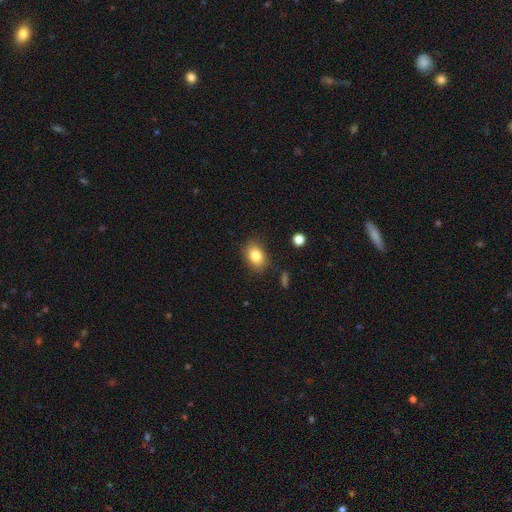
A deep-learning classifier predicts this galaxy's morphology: A smooth galaxy with no disk features (83%) that is in between round and cigar-shaped (73%).

Vote fractions:
- Smooth or featured? smooth: 83% / star or artifact: 9% / featured or disk: 8%
- How rounded? in between: 73% / round: 25% / cigar-shaped: 1%
- Merging? none: 84% / minor disturbance: 11% / major disturbance: 3% / merger: 2%